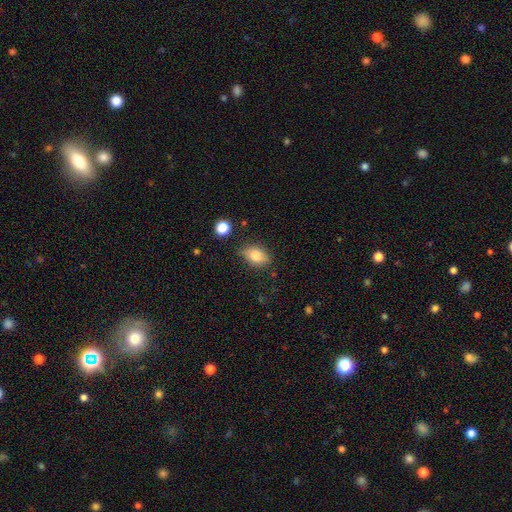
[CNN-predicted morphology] Smooth or featured?
  - smooth: 80% *
  - featured or disk: 11%
  - star or artifact: 9%
How rounded?
  - in between: 85% *
  - round: 12%
  - cigar-shaped: 3%
Merging?
  - none: 71% *
  - minor disturbance: 21%
  - major disturbance: 5%
  - merger: 3%